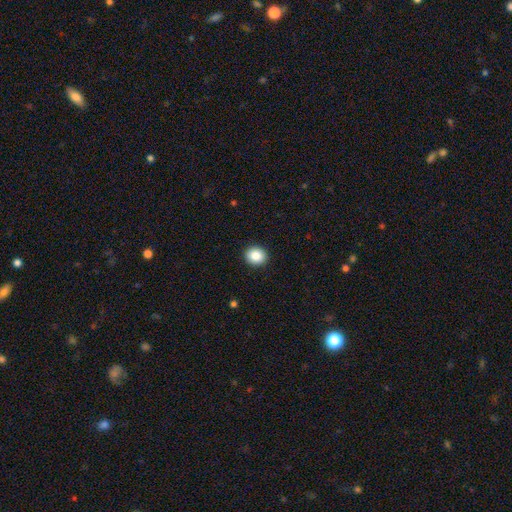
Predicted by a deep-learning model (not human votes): Smooth or featured: smooth — 86% (star or artifact — 9%)
How rounded: round — 77% (in between — 22%)
Merging: none — 92% (minor disturbance — 5%)